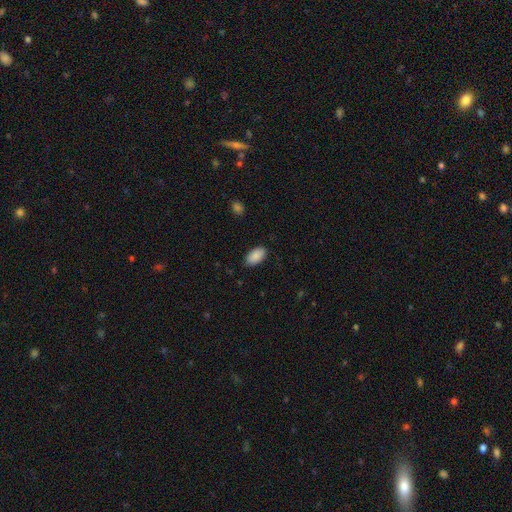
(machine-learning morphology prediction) smooth 90%, star or artifact 7%, featured or disk 4%. Down the decision tree: how rounded — in between (95%); merging — none (86%).